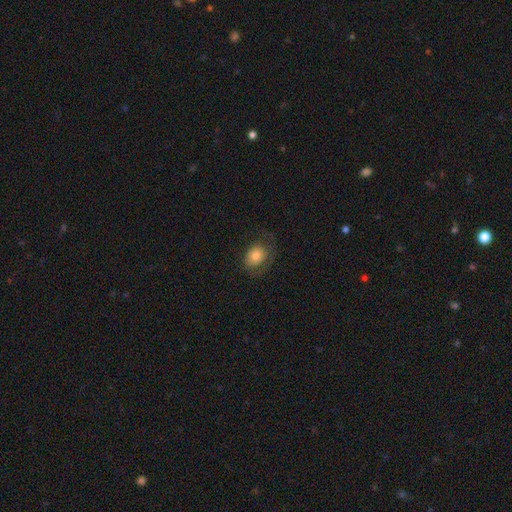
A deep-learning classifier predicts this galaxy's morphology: Smooth or featured? smooth (74%)
How rounded? in between (59%)
Merging? none (59%)